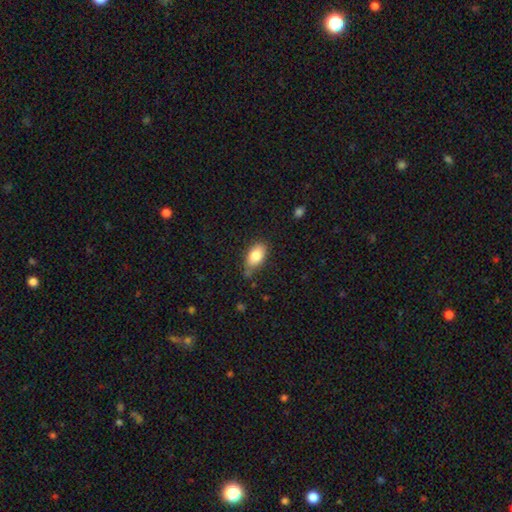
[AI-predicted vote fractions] This appears to be a smooth galaxy with no disk features (82%) that is in between round and cigar-shaped (90%). Merging: none (64%).